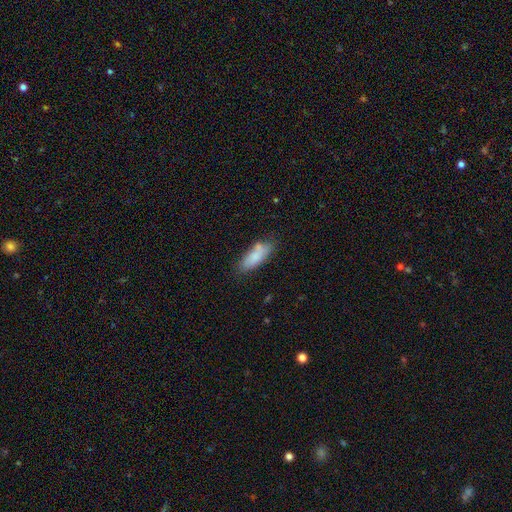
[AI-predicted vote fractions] Q: Smooth or featured?
A: smooth (79%); runner-up: featured or disk (14%)
Q: How rounded?
A: in between (71%); runner-up: cigar-shaped (26%)
Q: Merging?
A: none (62%); runner-up: minor disturbance (23%)